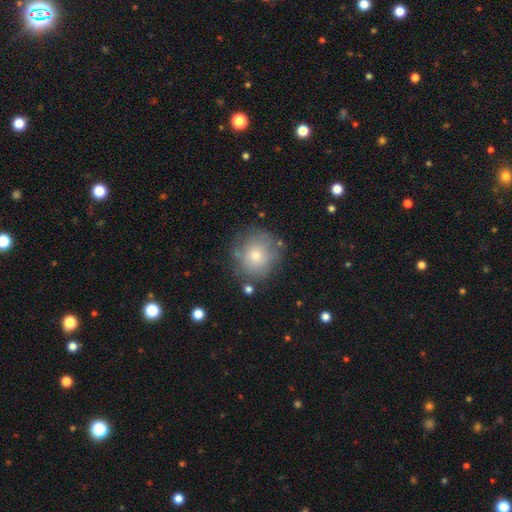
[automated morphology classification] Smooth or featured? Predicted: smooth (p=0.67). How rounded? Predicted: round (p=0.89). Merging? Predicted: none (p=0.76).